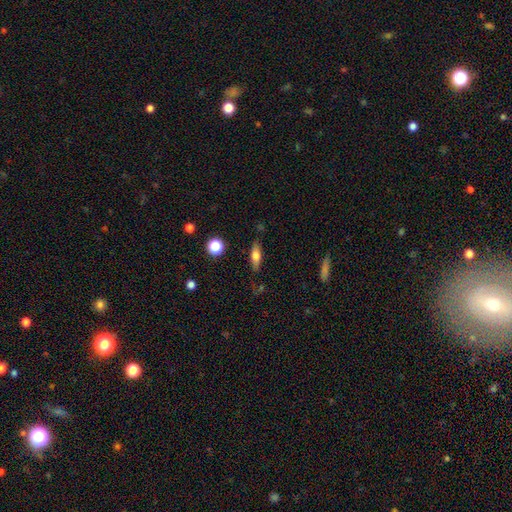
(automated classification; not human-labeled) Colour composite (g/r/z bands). It shows a smooth galaxy with no disk features (65%) that is in between round and cigar-shaped (56%). Merging: none (81%).